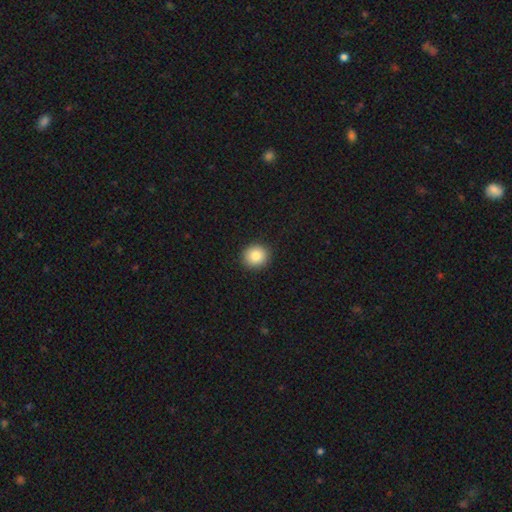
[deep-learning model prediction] Morphology: type=smooth (85%); roundness=round (88%); merging=none (92%).